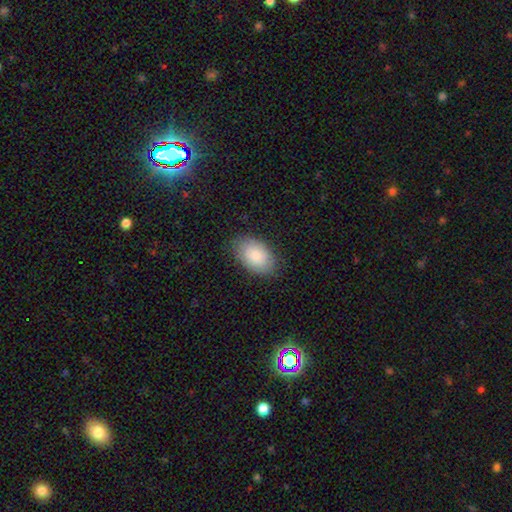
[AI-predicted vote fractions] smooth-or-featured: smooth: 85% | featured or disk: 9% | star or artifact: 6%
  how-rounded: in between: 92% | round: 6% | cigar-shaped: 1%
  merging: none: 82% | minor disturbance: 14% | major disturbance: 3% | merger: 1%